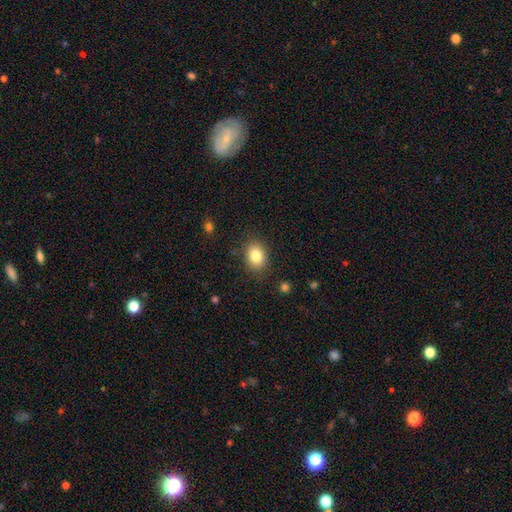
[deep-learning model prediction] The model was most divided on "how rounded": in between: 61%, round: 38%, cigar-shaped: 1%. More confident: merging — none (84%); smooth or featured — smooth (83%).